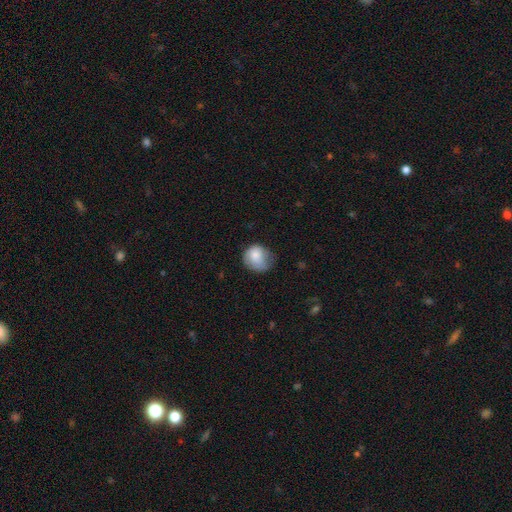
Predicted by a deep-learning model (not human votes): This appears to be a smooth galaxy with no disk features (75%) that is round (73%). Merging: none (41%).